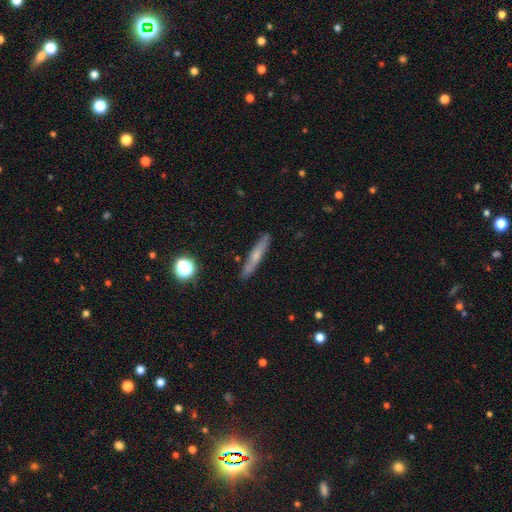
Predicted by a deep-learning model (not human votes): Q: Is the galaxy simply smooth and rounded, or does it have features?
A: smooth — 53%.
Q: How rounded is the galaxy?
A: cigar-shaped — 92%.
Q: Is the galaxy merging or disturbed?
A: none — 88%.